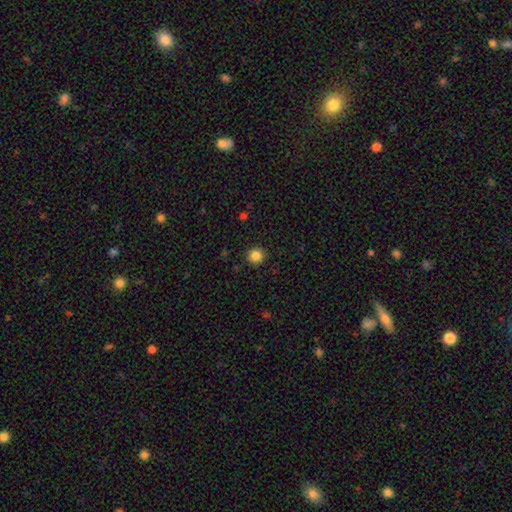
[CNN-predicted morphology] smooth_or_featured: smooth (p=0.85) [alt: star or artifact p=0.11]
how_rounded: round (p=0.93) [alt: in between p=0.06]
merging: none (p=0.92) [alt: minor disturbance p=0.05]